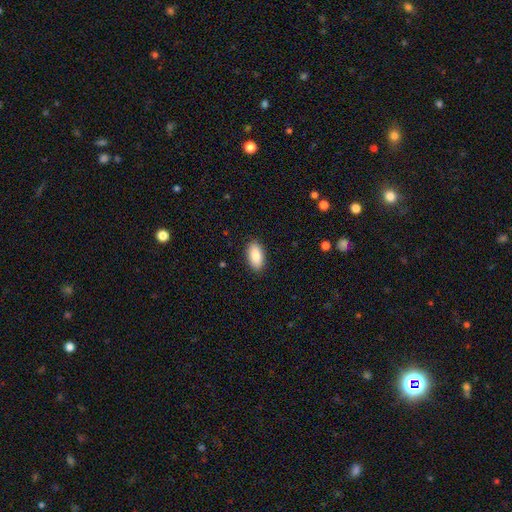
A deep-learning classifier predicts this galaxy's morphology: smooth 87%, featured or disk 7%, star or artifact 6%. Down the decision tree: how rounded — in between (92%); merging — none (89%).